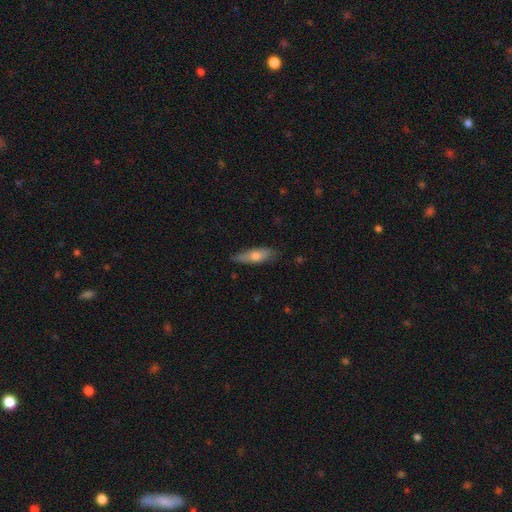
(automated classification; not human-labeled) This appears to be a smooth galaxy with no disk features (63%) that is in between round and cigar-shaped (49%, tied with cigar-shaped). Merging: none (77%).